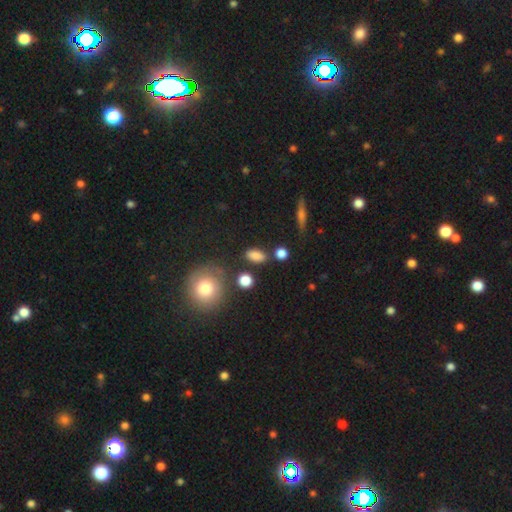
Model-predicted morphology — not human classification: Smooth or featured: smooth — 83% (star or artifact — 10%)
How rounded: in between — 82% (round — 12%)
Merging: none — 76% (minor disturbance — 14%)